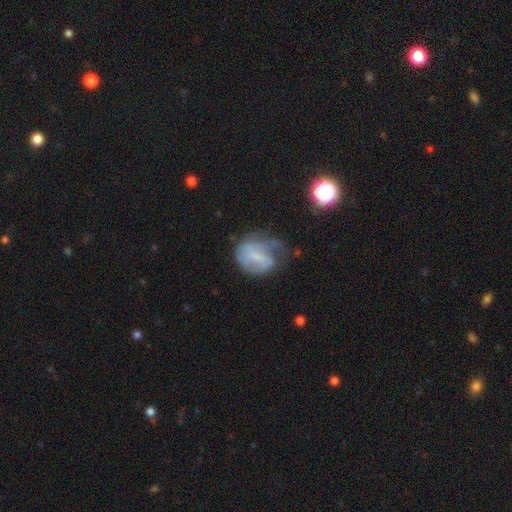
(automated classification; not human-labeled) Smooth or featured?
  - featured or disk: 47% *
  - smooth: 42%
  - star or artifact: 11%
Merging?
  - major disturbance: 37% *
  - minor disturbance: 30%
  - none: 30%
  - merger: 3%